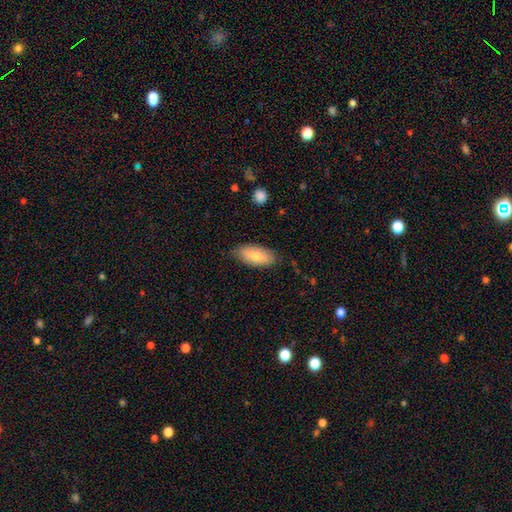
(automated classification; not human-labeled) Smooth or featured?
  - smooth: 76% *
  - featured or disk: 18%
  - star or artifact: 6%
How rounded?
  - in between: 89% *
  - cigar-shaped: 8%
  - round: 3%
Merging?
  - none: 81% *
  - minor disturbance: 15%
  - major disturbance: 3%
  - merger: 1%